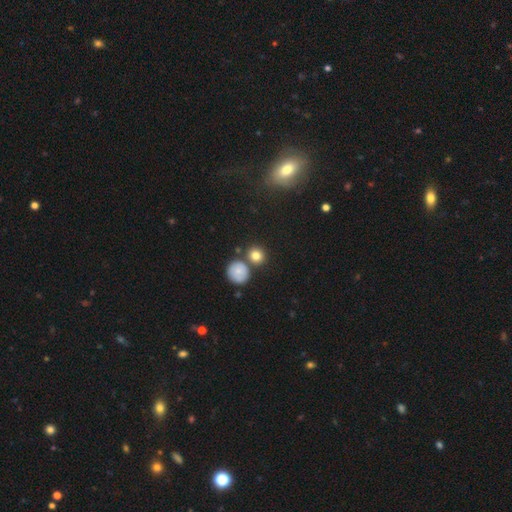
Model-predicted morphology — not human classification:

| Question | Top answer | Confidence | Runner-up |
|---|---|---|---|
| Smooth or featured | smooth | 80% | star or artifact (12%) |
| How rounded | round | 88% | in between (11%) |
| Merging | none | 76% | merger (13%) |